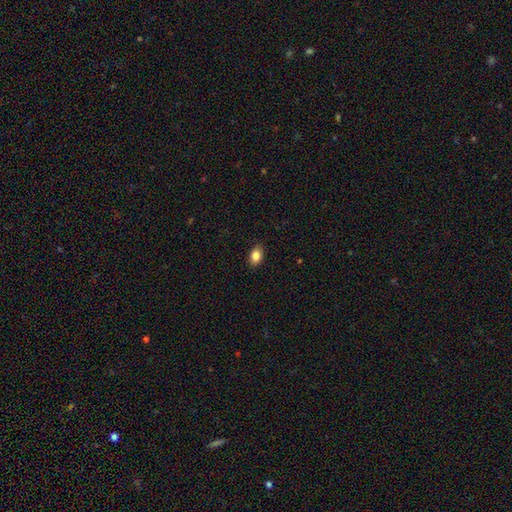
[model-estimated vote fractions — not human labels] A smooth galaxy with no disk features (85%) that is in between round and cigar-shaped (85%). Merging: none (88%).